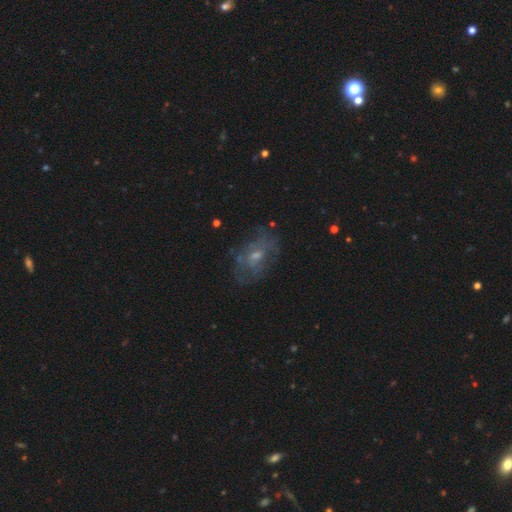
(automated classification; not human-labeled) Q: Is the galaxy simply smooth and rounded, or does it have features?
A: featured or disk — 59%.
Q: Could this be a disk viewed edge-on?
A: no — 95%.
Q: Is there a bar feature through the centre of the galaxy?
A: no — 69%.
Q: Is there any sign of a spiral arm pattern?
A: no — 55%.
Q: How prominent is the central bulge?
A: small — 48%.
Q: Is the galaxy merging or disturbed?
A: none — 61%.